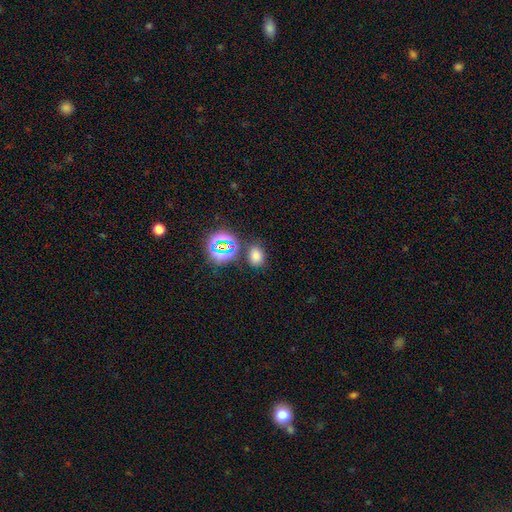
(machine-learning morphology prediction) Smooth or featured?
  - smooth: 68% *
  - star or artifact: 26%
  - featured or disk: 7%
How rounded?
  - in between: 63% *
  - round: 36%
  - cigar-shaped: 1%
Merging?
  - none: 75% *
  - minor disturbance: 12%
  - merger: 8%
  - major disturbance: 4%